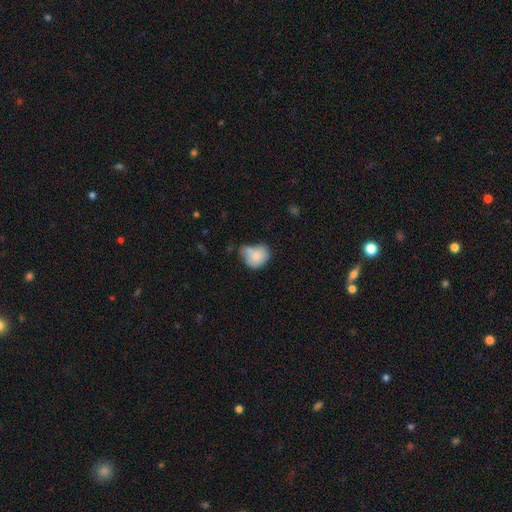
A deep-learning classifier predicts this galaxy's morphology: Q: Smooth or featured?
A: smooth (74%); runner-up: featured or disk (18%)
Q: How rounded?
A: round (56%); runner-up: in between (43%)
Q: Merging?
A: none (33%); runner-up: minor disturbance (29%)